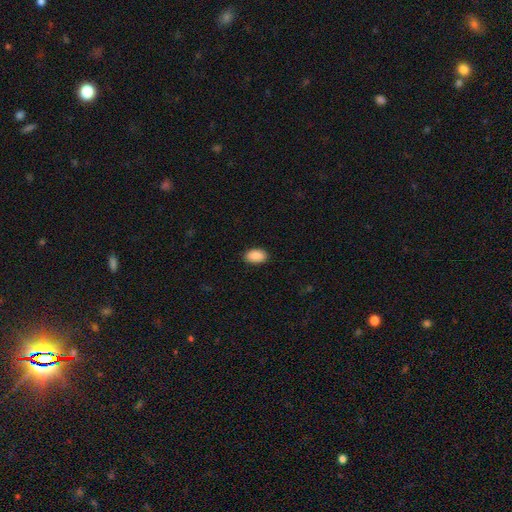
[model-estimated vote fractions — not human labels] smooth_or_featured: smooth (p=0.91) [alt: star or artifact p=0.07]
how_rounded: in between (p=0.93) [alt: round p=0.06]
merging: none (p=0.89) [alt: minor disturbance p=0.08]